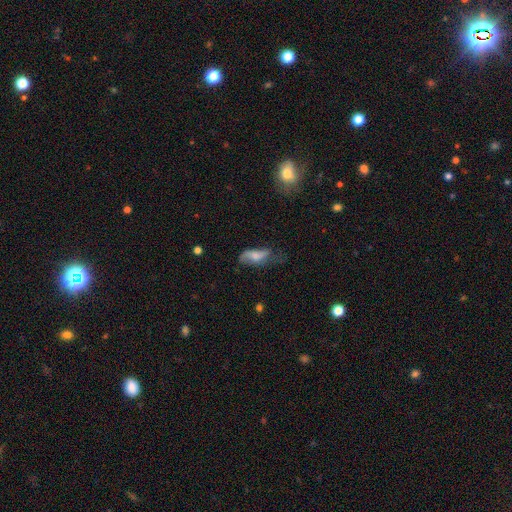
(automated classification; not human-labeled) Smooth or featured? smooth (57%)
How rounded? in between (75%)
Merging? minor disturbance (33%, tied with none)